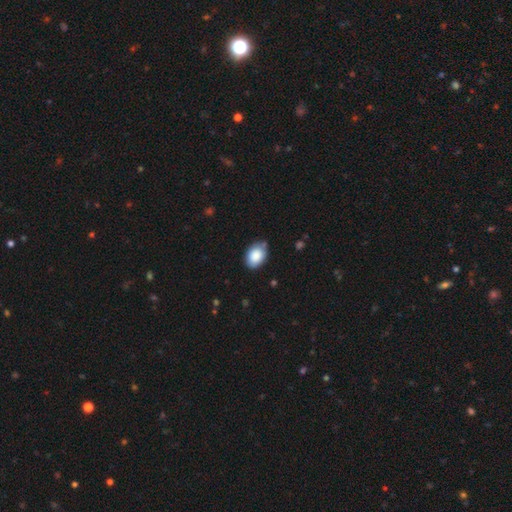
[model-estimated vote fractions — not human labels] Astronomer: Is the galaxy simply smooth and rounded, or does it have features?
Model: smooth — 87%.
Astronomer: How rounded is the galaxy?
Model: in between — 81%.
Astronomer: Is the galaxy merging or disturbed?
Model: none — 74%.